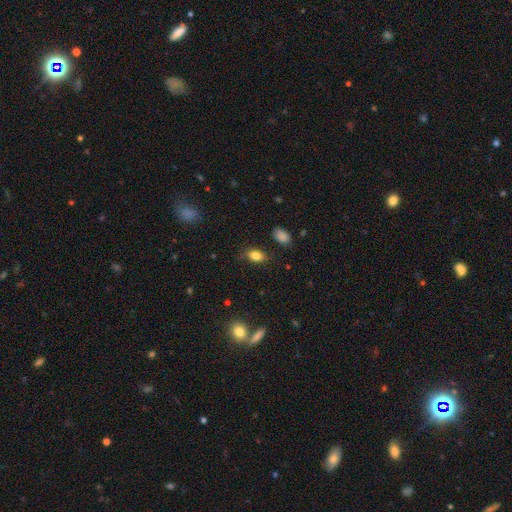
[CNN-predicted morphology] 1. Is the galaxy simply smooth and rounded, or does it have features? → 84% smooth, 10% star or artifact, 7% featured or disk.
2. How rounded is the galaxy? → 87% in between, 11% round, 3% cigar-shaped.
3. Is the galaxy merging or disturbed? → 79% none, 15% minor disturbance, 4% major disturbance, 2% merger.